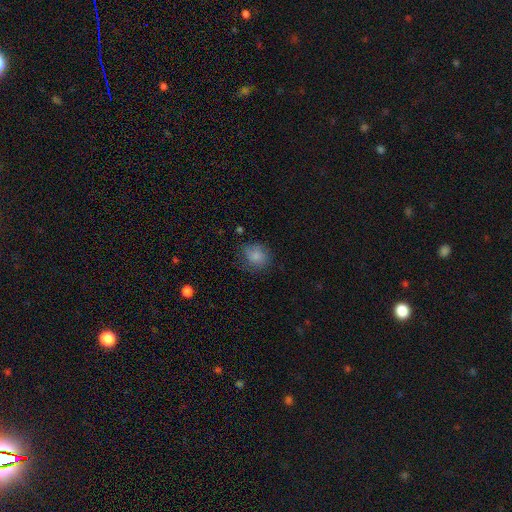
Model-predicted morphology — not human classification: smooth-or-featured: smooth: 82% | star or artifact: 10% | featured or disk: 8%
  how-rounded: round: 75% | in between: 25% | cigar-shaped: 1%
  merging: none: 69% | minor disturbance: 21% | major disturbance: 8% | merger: 2%